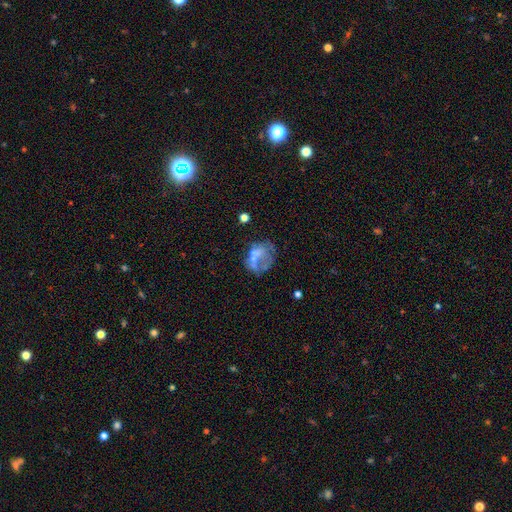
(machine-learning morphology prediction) smooth_or_featured: featured or disk (p=0.46) [alt: smooth p=0.41]
merging: none (p=0.34) [alt: major disturbance p=0.29]